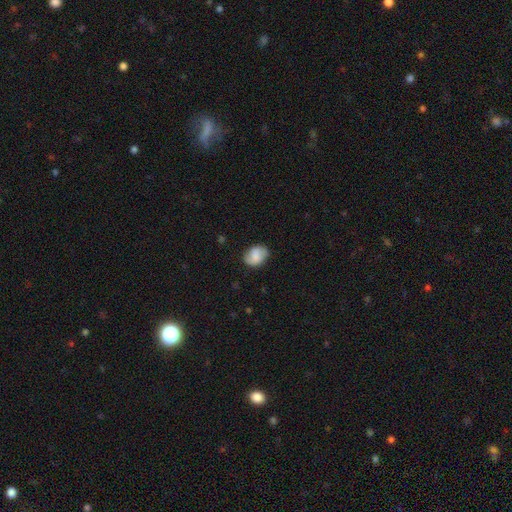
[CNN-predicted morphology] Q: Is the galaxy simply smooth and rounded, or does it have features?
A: smooth — 71%.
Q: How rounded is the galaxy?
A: in between — 58%.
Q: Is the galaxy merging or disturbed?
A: none — 76%.